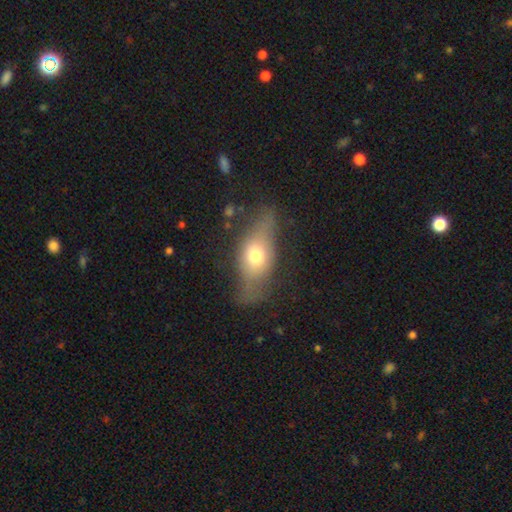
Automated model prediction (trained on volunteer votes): Smooth or featured? smooth (55%)
How rounded? in between (71%)
Merging? none (50%)